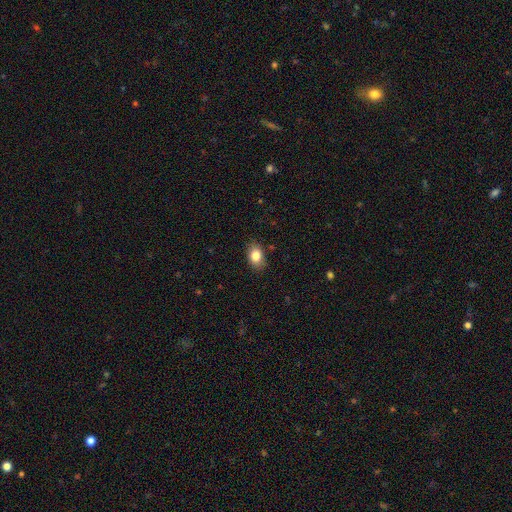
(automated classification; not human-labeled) Q: Smooth or featured?
A: smooth (83%); runner-up: star or artifact (8%)
Q: How rounded?
A: in between (80%); runner-up: round (18%)
Q: Merging?
A: none (83%); runner-up: minor disturbance (13%)